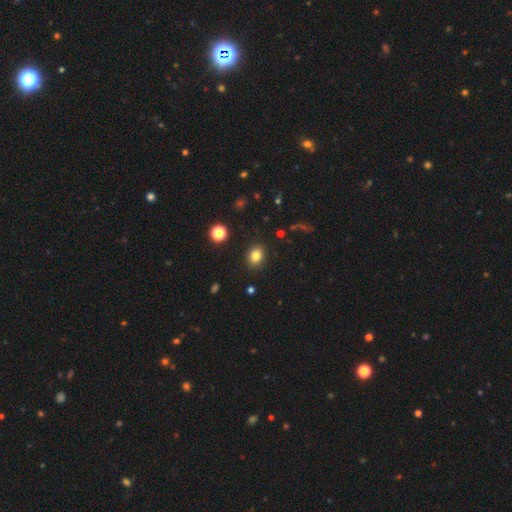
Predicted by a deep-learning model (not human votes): smooth 82%, star or artifact 12%, featured or disk 7%. Down the decision tree: how rounded — round (53%); merging — none (88%).